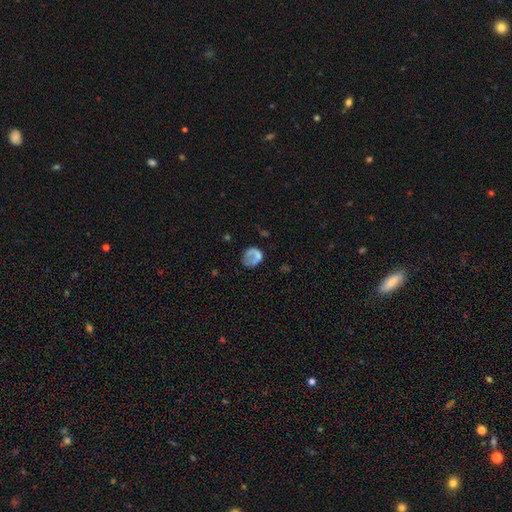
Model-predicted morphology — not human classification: Smooth or featured?
  - smooth: 55% *
  - featured or disk: 34%
  - star or artifact: 11%
How rounded?
  - round: 56% *
  - in between: 43%
  - cigar-shaped: 1%
Merging?
  - none: 36% *
  - major disturbance: 32%
  - minor disturbance: 24%
  - merger: 8%